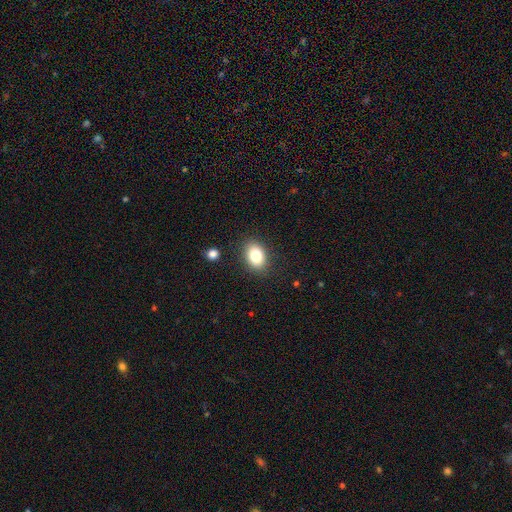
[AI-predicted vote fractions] Smooth or featured? smooth (82%)
How rounded? in between (76%)
Merging? none (86%)